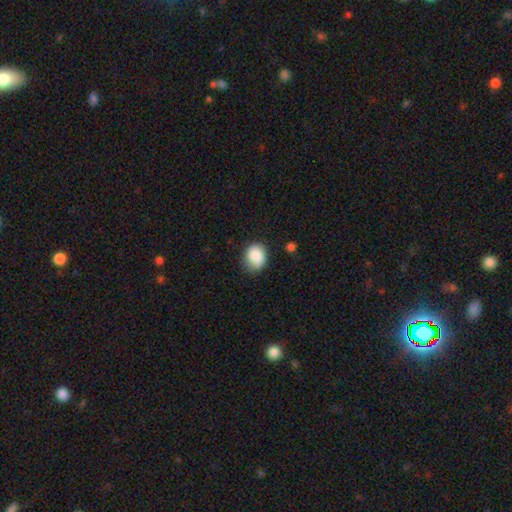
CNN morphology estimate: Smooth or featured? Predicted: smooth (p=0.85). How rounded? Predicted: round (p=0.61). Merging? Predicted: none (p=0.66).